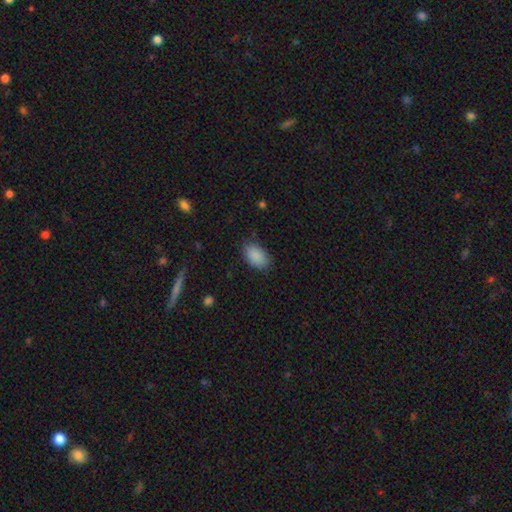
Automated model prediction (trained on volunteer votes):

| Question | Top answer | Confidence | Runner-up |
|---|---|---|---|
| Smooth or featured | smooth | 89% | star or artifact (7%) |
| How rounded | in between | 93% | round (6%) |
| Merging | none | 82% | minor disturbance (14%) |